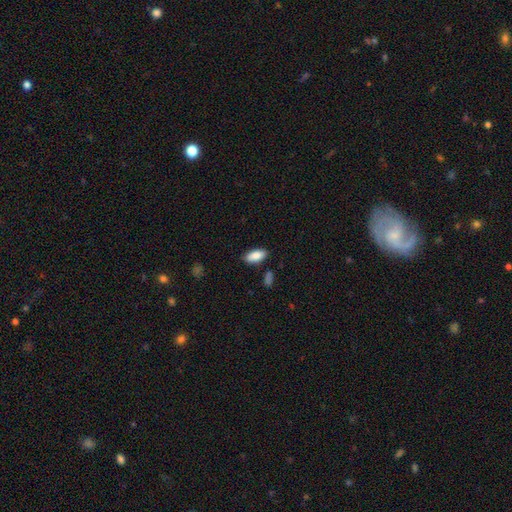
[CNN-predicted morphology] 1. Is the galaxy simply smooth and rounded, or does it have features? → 87% smooth, 6% star or artifact, 6% featured or disk.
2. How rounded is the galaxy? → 88% in between, 10% cigar-shaped, 2% round.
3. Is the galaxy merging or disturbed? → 84% none, 11% minor disturbance, 3% merger, 2% major disturbance.